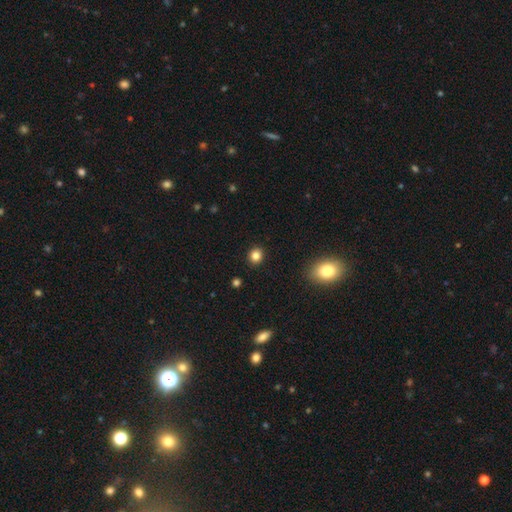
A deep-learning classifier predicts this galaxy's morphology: Smooth or featured? smooth (83%)
How rounded? round (77%)
Merging? none (91%)